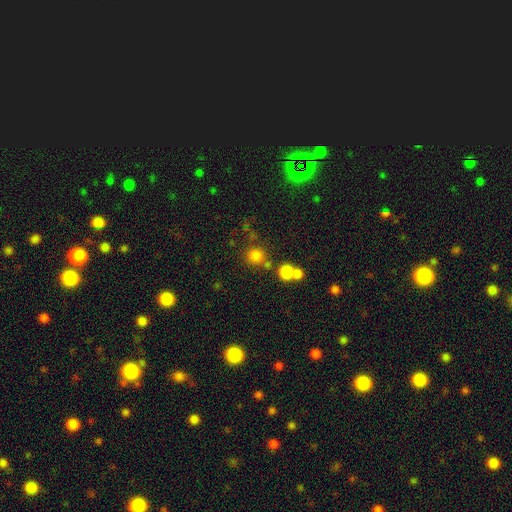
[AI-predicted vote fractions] Smooth or featured: smooth — 78% (star or artifact — 15%)
How rounded: round — 89% (in between — 10%)
Merging: none — 68% (merger — 19%)